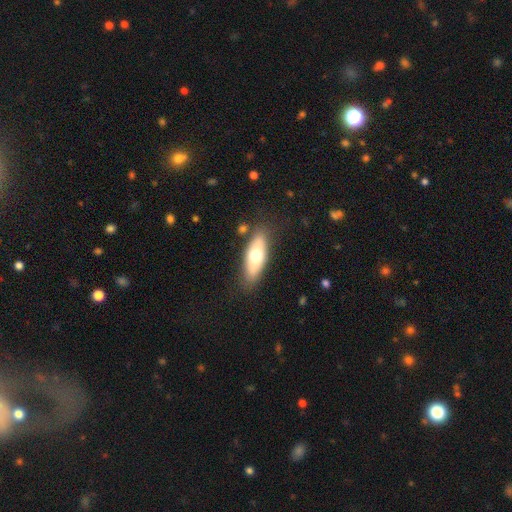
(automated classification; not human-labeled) Smooth or featured? smooth (63%)
How rounded? in between (68%)
Merging? none (81%)